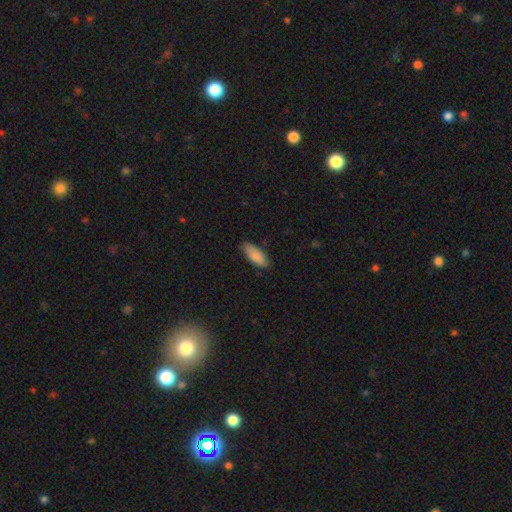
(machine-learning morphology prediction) Smooth or featured: smooth — 87% (featured or disk — 7%)
How rounded: in between — 80% (cigar-shaped — 18%)
Merging: none — 83% (minor disturbance — 14%)